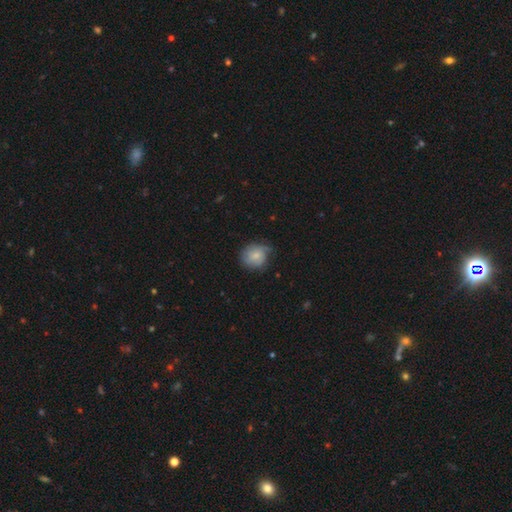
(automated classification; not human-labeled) smooth_or_featured: smooth (p=0.67) [alt: featured or disk p=0.25]
how_rounded: round (p=0.76) [alt: in between p=0.23]
merging: none (p=0.53) [alt: minor disturbance p=0.35]